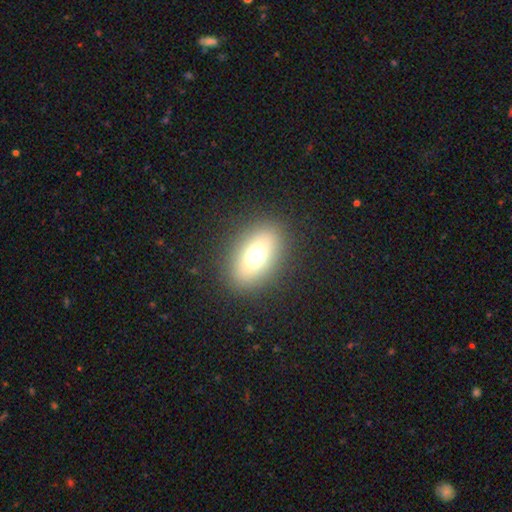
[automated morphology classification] type=smooth (65%); roundness=in between (71%); merging=none (86%).